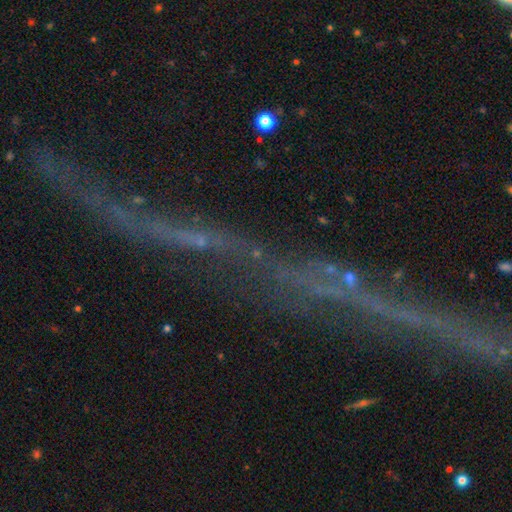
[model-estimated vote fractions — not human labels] Smooth or featured? Predicted: featured or disk (p=0.45). Merging? Predicted: none (p=0.45).